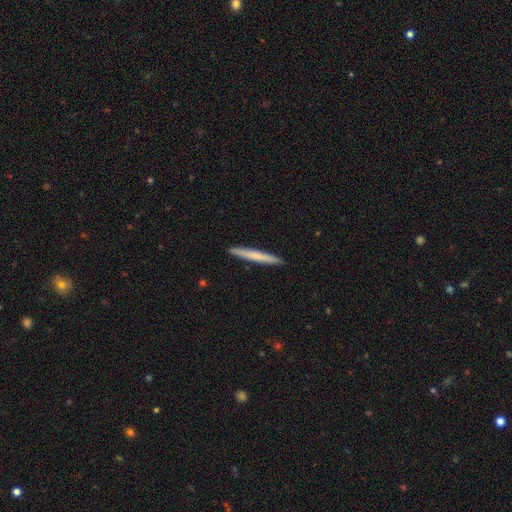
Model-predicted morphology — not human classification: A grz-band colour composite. It shows a smooth galaxy with no disk features (64%) that is cigar-shaped (97%). Merging: none (92%).